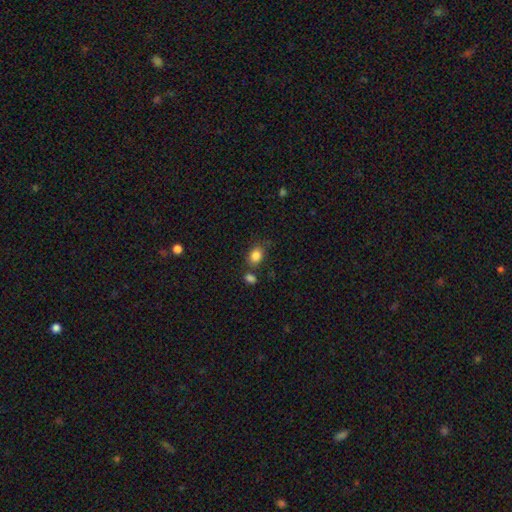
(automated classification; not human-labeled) Q: Smooth or featured?
A: smooth (85%); runner-up: star or artifact (10%)
Q: How rounded?
A: in between (64%); runner-up: round (35%)
Q: Merging?
A: none (65%); runner-up: minor disturbance (15%)